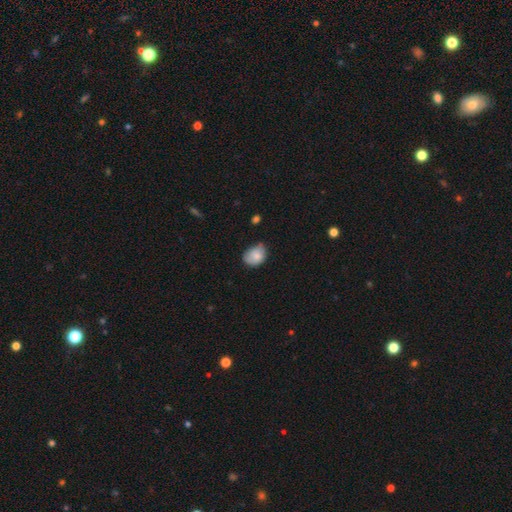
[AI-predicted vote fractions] Smooth or featured?
  - smooth: 80% *
  - featured or disk: 12%
  - star or artifact: 8%
How rounded?
  - in between: 65% *
  - round: 34%
  - cigar-shaped: 1%
Merging?
  - none: 51% *
  - minor disturbance: 39%
  - major disturbance: 7%
  - merger: 3%